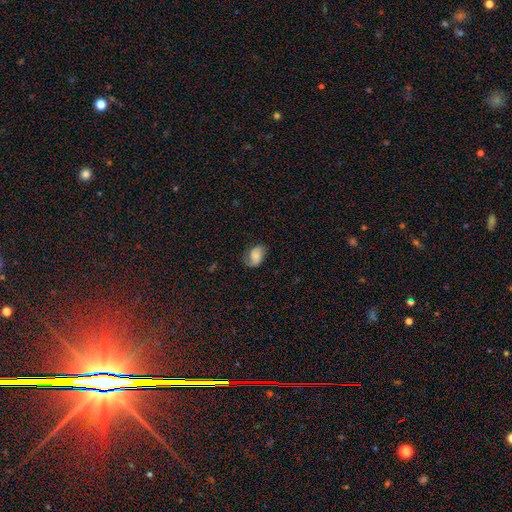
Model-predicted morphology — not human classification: A smooth galaxy with no disk features (51%) that is in between round and cigar-shaped (78%). Merging: none (57%).